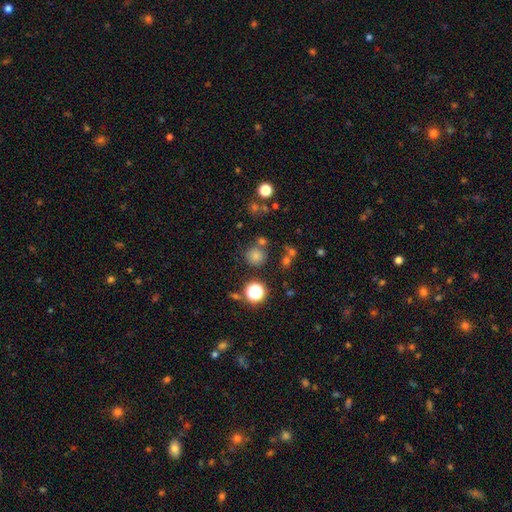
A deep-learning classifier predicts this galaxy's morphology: smooth_or_featured: smooth (p=0.71) [alt: star or artifact p=0.21]
how_rounded: round (p=0.92) [alt: in between p=0.07]
merging: none (p=0.74) [alt: merger p=0.12]